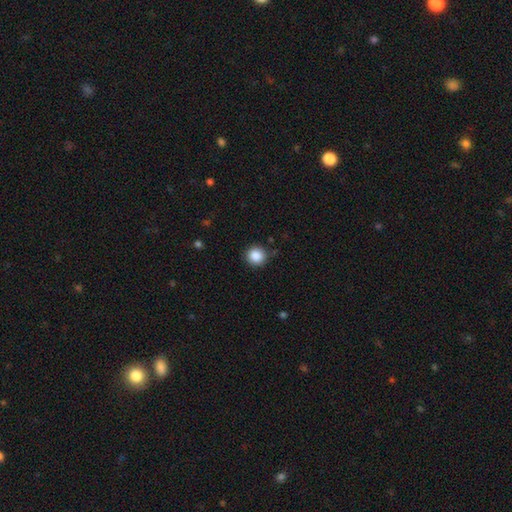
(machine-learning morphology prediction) A smooth galaxy with no disk features (86%) that is round (93%).

Vote fractions:
- Smooth or featured? smooth: 86% / star or artifact: 10% / featured or disk: 4%
- How rounded? round: 93% / in between: 6% / cigar-shaped: 1%
- Merging? none: 88% / minor disturbance: 8% / major disturbance: 2% / merger: 1%